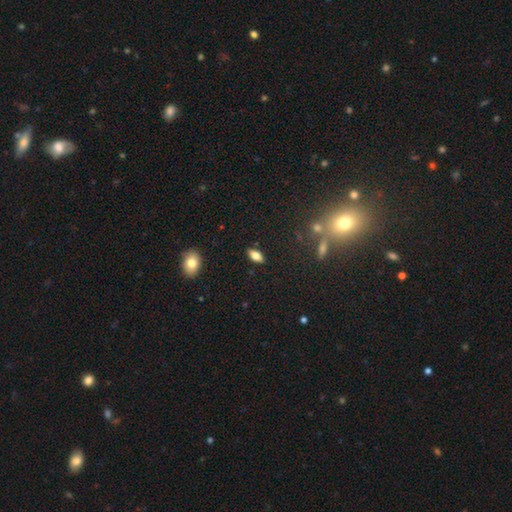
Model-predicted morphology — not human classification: A smooth galaxy with no disk features (72%) that is in between round and cigar-shaped (84%).

Vote fractions:
- Smooth or featured? smooth: 72% / featured or disk: 19% / star or artifact: 9%
- How rounded? in between: 84% / cigar-shaped: 12% / round: 3%
- Merging? none: 87% / minor disturbance: 9% / major disturbance: 2% / merger: 2%